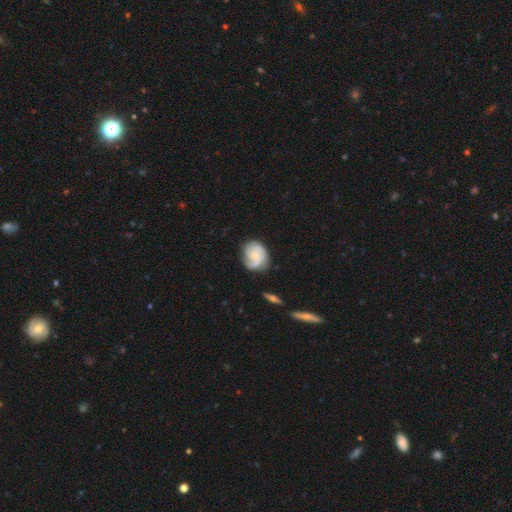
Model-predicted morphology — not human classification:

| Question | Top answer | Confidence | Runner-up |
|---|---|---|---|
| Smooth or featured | featured or disk | 70% | smooth (24%) |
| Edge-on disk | no | 98% | yes (2%) |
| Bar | no | 74% | weak (23%) |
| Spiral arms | yes | 93% | no (7%) |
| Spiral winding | tight | 48% | medium (37%) |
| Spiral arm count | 2 | 36% | 3 (28%) |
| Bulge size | small | 64% | moderate (29%) |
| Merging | none | 65% | minor disturbance (24%) |